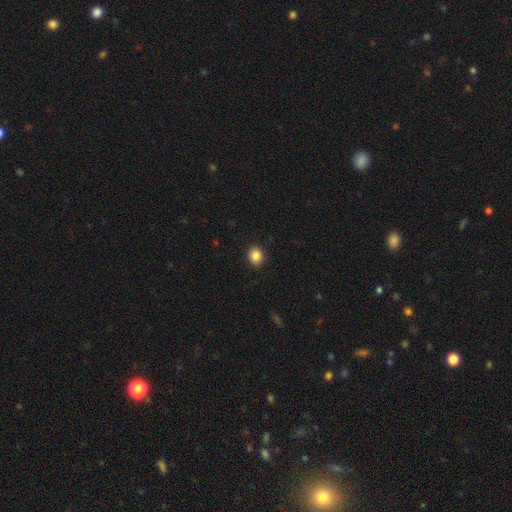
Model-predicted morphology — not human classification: Smooth or featured? Predicted: smooth (p=0.86). How rounded? Predicted: round (p=0.78). Merging? Predicted: none (p=0.92).